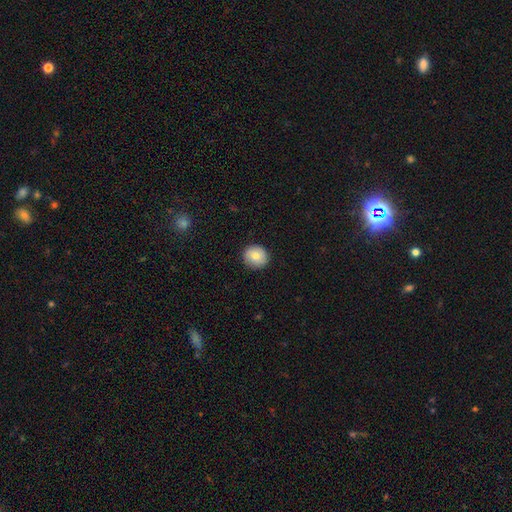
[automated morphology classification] smooth-or-featured: smooth: 81% | featured or disk: 12% | star or artifact: 8%
  how-rounded: round: 86% | in between: 13% | cigar-shaped: 1%
  merging: none: 88% | minor disturbance: 9% | major disturbance: 2% | merger: 1%